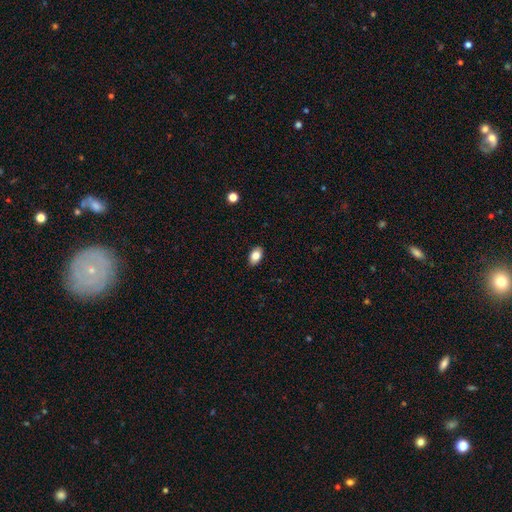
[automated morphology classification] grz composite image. It shows a smooth galaxy with no disk features (84%) that is in between round and cigar-shaped (89%). Merging: none (88%).